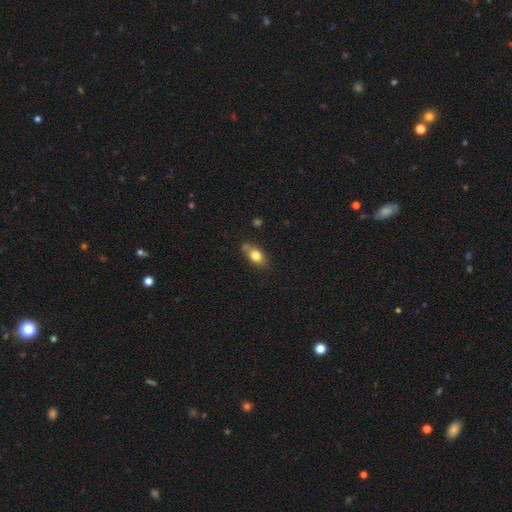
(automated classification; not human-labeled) Overall: smooth (78%). How rounded: in between (83%). Merging: none (65%).